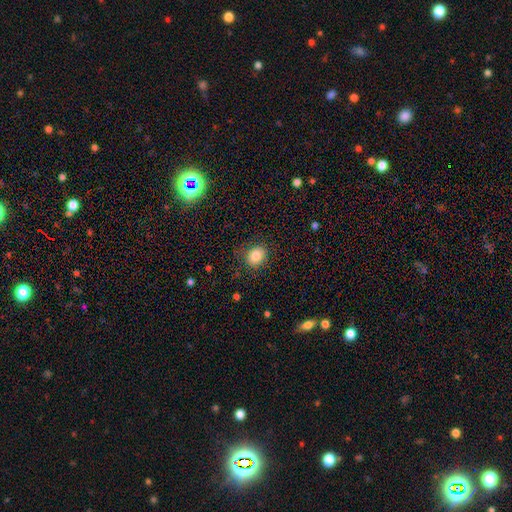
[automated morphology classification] smooth 83%, star or artifact 10%, featured or disk 7%. Down the decision tree: how rounded — round (58%); merging — none (81%).